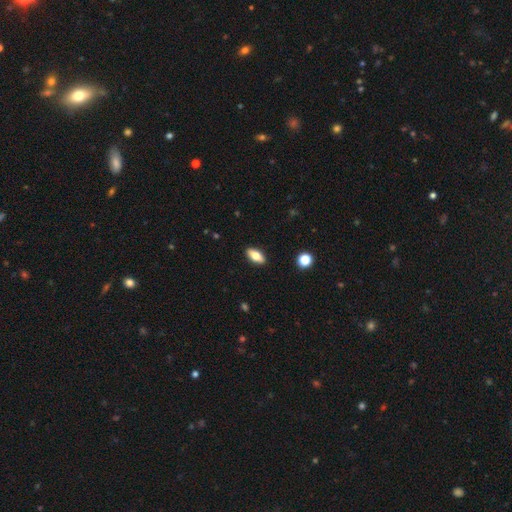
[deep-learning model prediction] smooth 72%, featured or disk 21%, star or artifact 7%. Down the decision tree: how rounded — in between (84%); merging — none (89%).